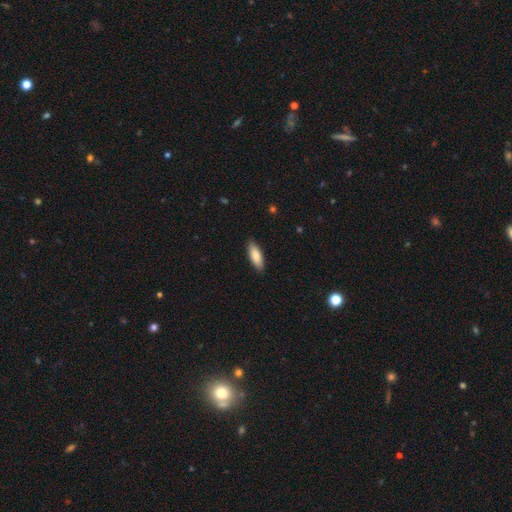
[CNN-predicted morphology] A smooth galaxy with no disk features (85%) that is in between round and cigar-shaped (68%).

Vote fractions:
- Smooth or featured? smooth: 85% / featured or disk: 9% / star or artifact: 6%
- How rounded? in between: 68% / cigar-shaped: 30% / round: 2%
- Merging? none: 89% / minor disturbance: 9% / major disturbance: 2% / merger: 1%